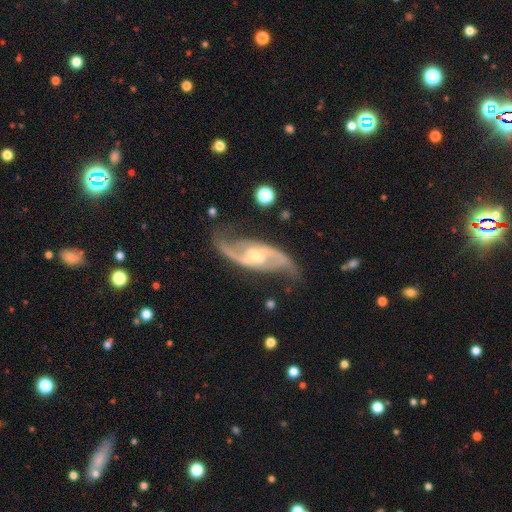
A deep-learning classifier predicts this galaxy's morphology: Q: Smooth or featured?
A: featured or disk (91%); runner-up: star or artifact (5%)
Q: Edge-on disk?
A: no (95%); runner-up: yes (5%)
Q: Bar?
A: no (43%); runner-up: weak (40%)
Q: Spiral arms?
A: yes (97%); runner-up: no (3%)
Q: Spiral winding?
A: loose (48%); runner-up: medium (41%)
Q: Spiral arm count?
A: 2 (93%); runner-up: can't tell (2%)
Q: Bulge size?
A: small (54%); runner-up: moderate (41%)
Q: Merging?
A: none (76%); runner-up: minor disturbance (15%)